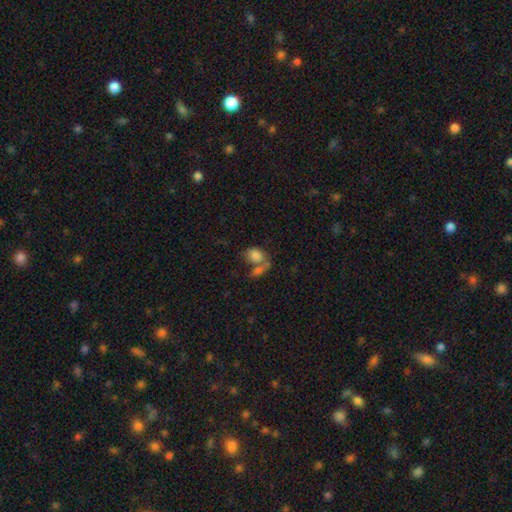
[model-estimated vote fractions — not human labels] The model was most divided on "merging": merger: 52%, none: 26%, minor disturbance: 12%, major disturbance: 10%. More confident: smooth or featured — smooth (78%); how rounded — in between (70%).